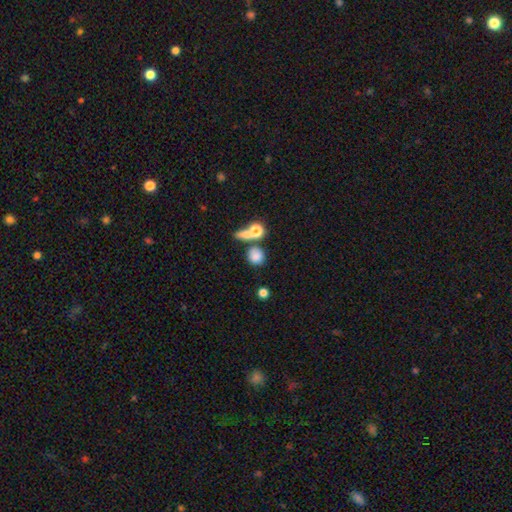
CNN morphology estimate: smooth_or_featured: smooth (p=0.79) [alt: star or artifact p=0.12]
how_rounded: round (p=0.83) [alt: in between p=0.14]
merging: none (p=0.55) [alt: merger p=0.29]